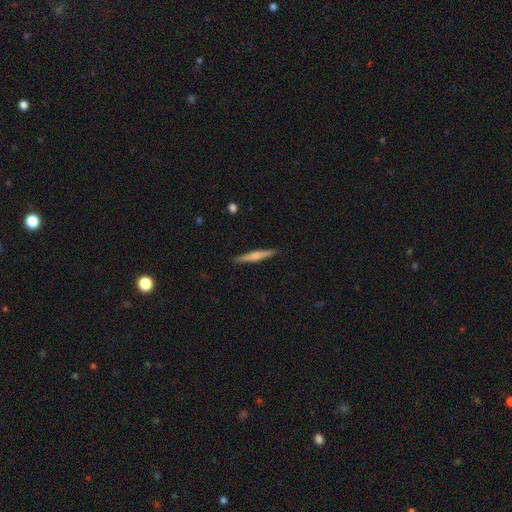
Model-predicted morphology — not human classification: A smooth galaxy with no disk features (50%) that is cigar-shaped (93%). Merging: none (91%).